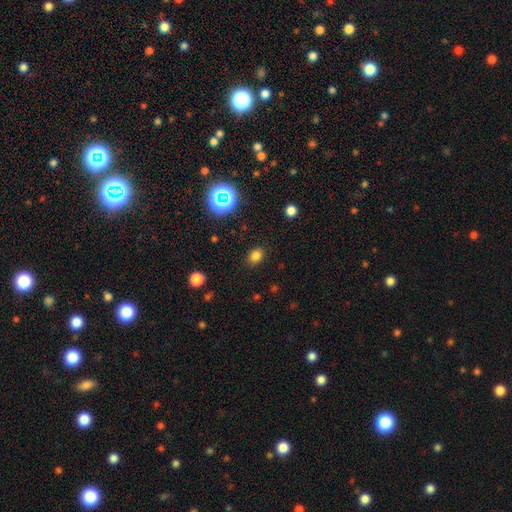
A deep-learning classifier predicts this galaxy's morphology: Overall: smooth (78%). How rounded: in between (59%; round 39%). Merging: none (87%).